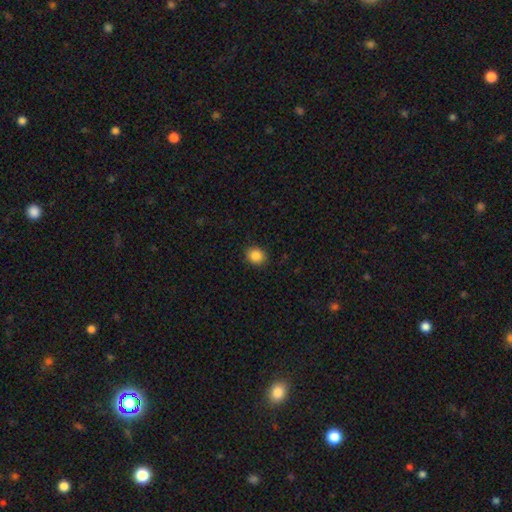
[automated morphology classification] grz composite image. It shows a smooth galaxy with no disk features (87%) that is round (70%). Merging: none (89%).